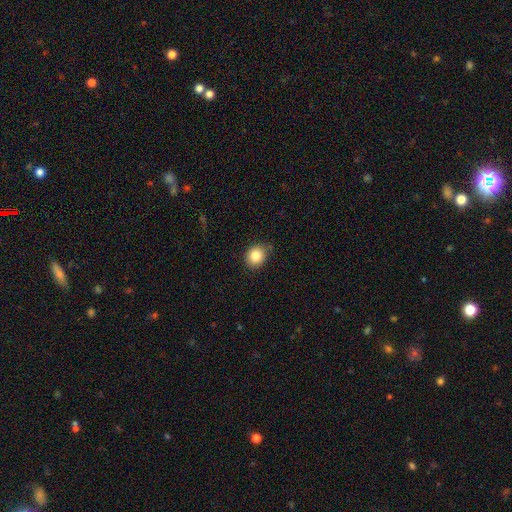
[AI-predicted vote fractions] Smooth or featured? Predicted: smooth (p=0.84). How rounded? Predicted: round (p=0.68). Merging? Predicted: none (p=0.79).